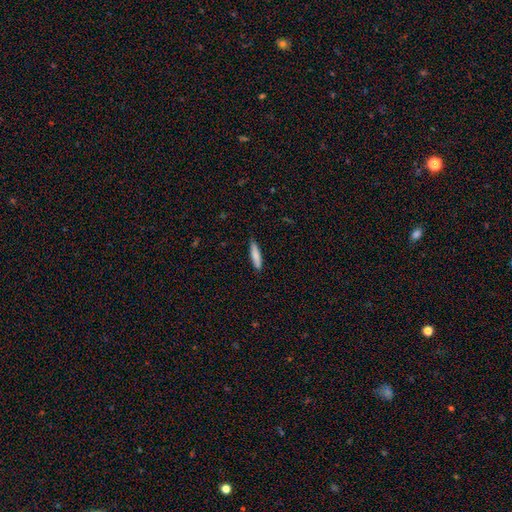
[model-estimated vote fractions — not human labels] smooth-or-featured: smooth: 83% | featured or disk: 11% | star or artifact: 6%
  how-rounded: cigar-shaped: 80% | in between: 19% | round: 1%
  merging: none: 86% | minor disturbance: 12% | major disturbance: 2% | merger: 1%